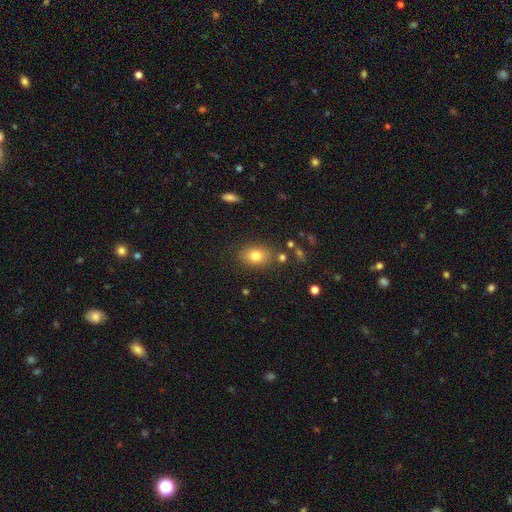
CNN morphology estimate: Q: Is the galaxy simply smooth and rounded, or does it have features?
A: smooth — 79%.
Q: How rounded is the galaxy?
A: in between — 71%.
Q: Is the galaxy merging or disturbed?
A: none — 80%.